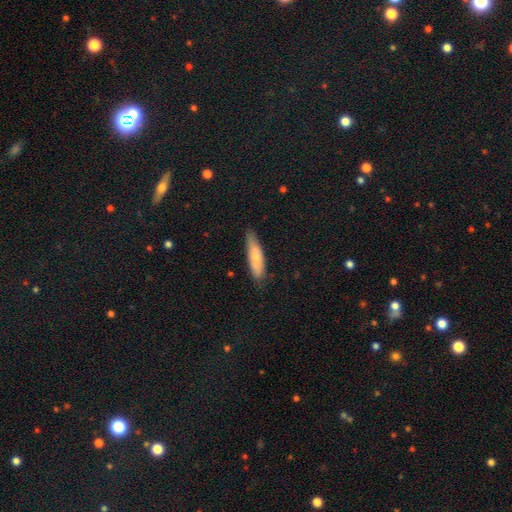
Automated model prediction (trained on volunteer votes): A smooth galaxy with no disk features (74%) that is cigar-shaped (74%). Merging: none (77%).